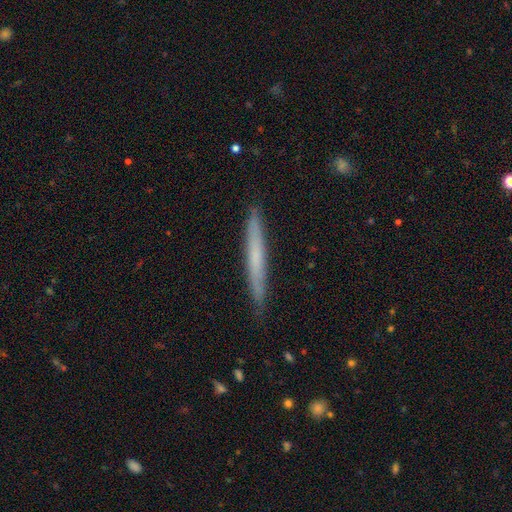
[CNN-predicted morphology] smooth 55%, featured or disk 39%, star or artifact 6%. Down the decision tree: how rounded — cigar-shaped (97%); merging — none (88%).